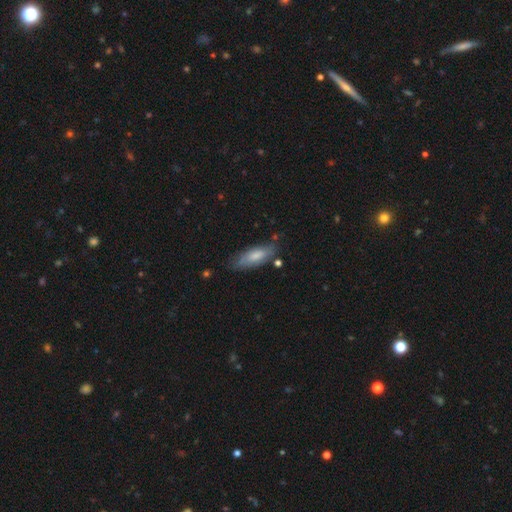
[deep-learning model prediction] This is likely a smooth galaxy (71%). How rounded: likely in between (62%). Merging: likely none (72%).